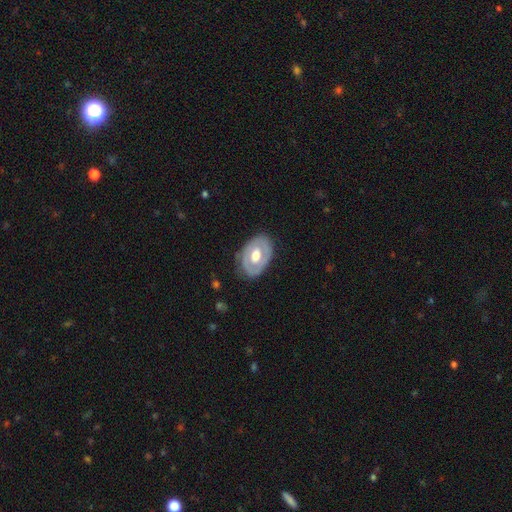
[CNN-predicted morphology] smooth-or-featured: featured or disk: 61% | smooth: 35% | star or artifact: 5%
  disk-edge-on: no: 92% | yes: 8%
    bar: no: 66% | weak: 26% | strong: 9%
    has-spiral-arms: no: 73% | yes: 27%
    bulge-size: moderate: 58% | large: 34% | small: 5% | dominant: 2% | none: 1%
  merging: none: 79% | minor disturbance: 16% | major disturbance: 5% | merger: 1%